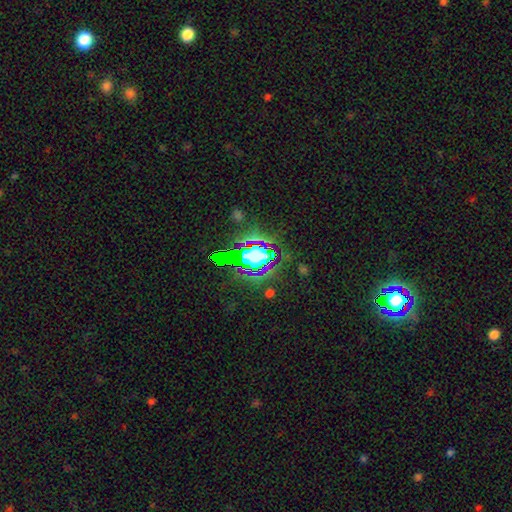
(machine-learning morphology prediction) A star or artifact, not a galaxy (61%).

Vote fractions:
- Smooth or featured? star or artifact: 61% / smooth: 24% / featured or disk: 16%